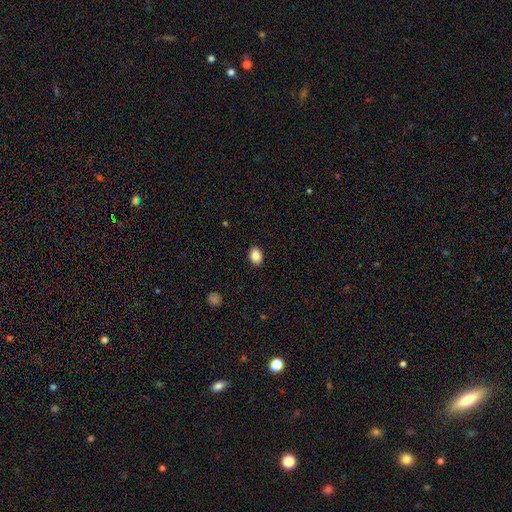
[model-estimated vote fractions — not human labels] smooth-or-featured: smooth: 86% | star or artifact: 9% | featured or disk: 6%
  how-rounded: in between: 67% | round: 32% | cigar-shaped: 1%
  merging: none: 90% | minor disturbance: 7% | major disturbance: 2% | merger: 1%